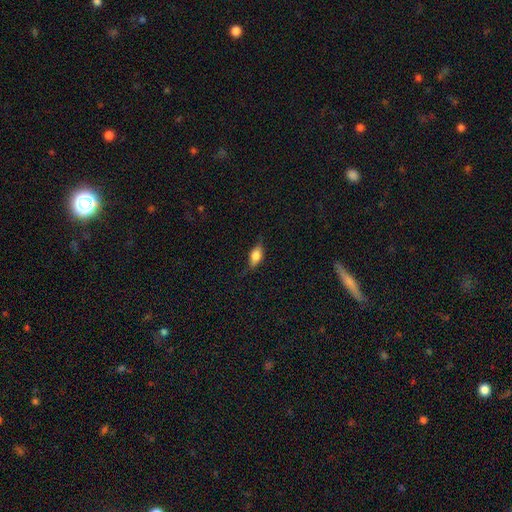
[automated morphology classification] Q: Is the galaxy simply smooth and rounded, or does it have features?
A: smooth — 67%.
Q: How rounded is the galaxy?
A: in between — 80%.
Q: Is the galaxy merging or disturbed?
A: none — 71%.